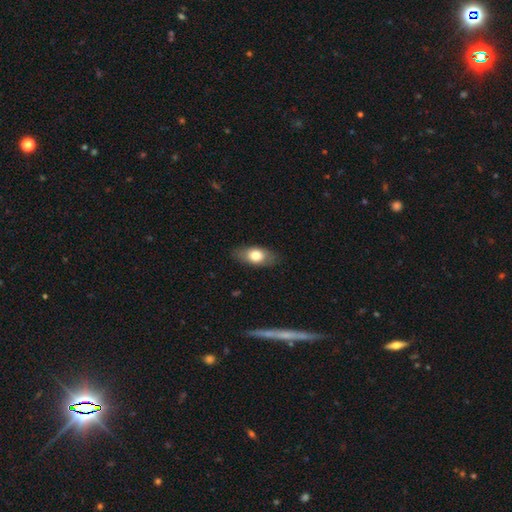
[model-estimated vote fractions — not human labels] Morphology: type=smooth (73%); roundness=in between (85%); merging=none (83%).